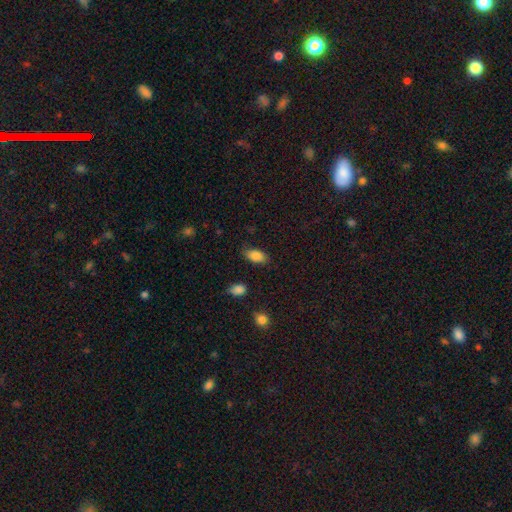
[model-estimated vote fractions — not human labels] Smooth or featured? smooth (86%)
How rounded? in between (91%)
Merging? none (81%)